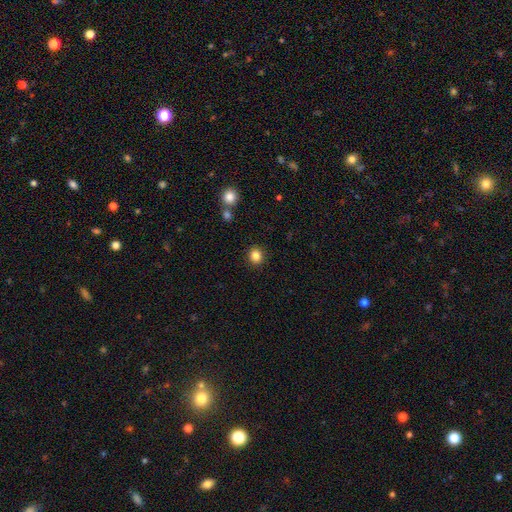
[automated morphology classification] The model was most divided on "how rounded": round: 82%, in between: 17%, cigar-shaped: 1%. More confident: merging — none (90%); smooth or featured — smooth (85%).